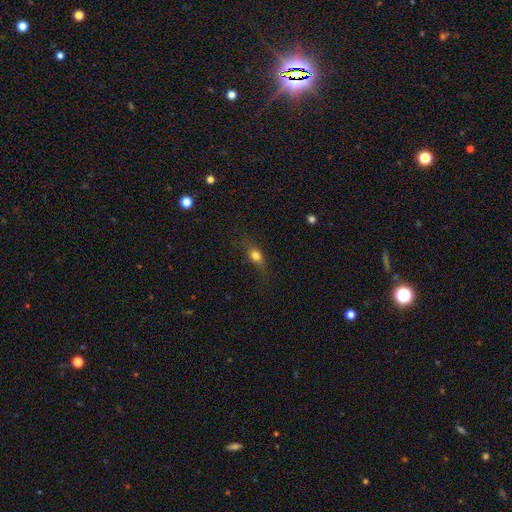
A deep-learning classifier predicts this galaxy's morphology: Smooth or featured: smooth — 72% (featured or disk — 17%)
How rounded: in between — 63% (round — 19%)
Merging: none — 67% (minor disturbance — 22%)